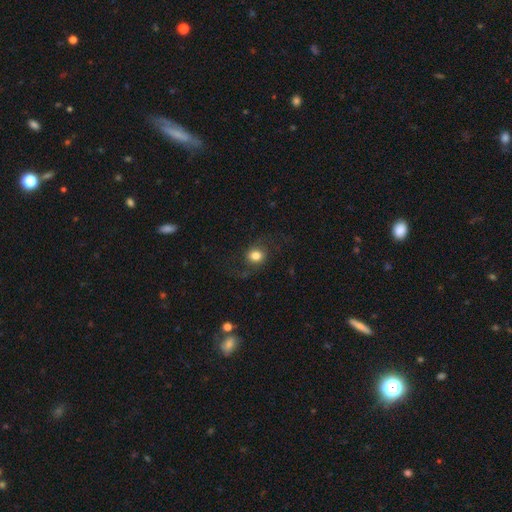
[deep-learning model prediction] Smooth or featured: smooth — 68% (featured or disk — 21%)
How rounded: round — 70% (in between — 29%)
Merging: none — 68% (minor disturbance — 15%)